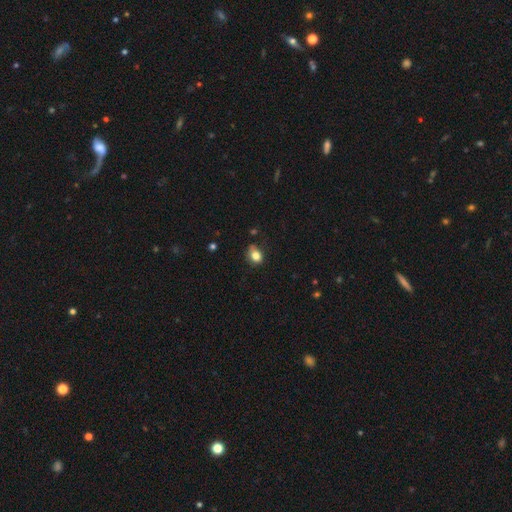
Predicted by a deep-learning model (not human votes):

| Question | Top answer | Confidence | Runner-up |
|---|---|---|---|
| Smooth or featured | smooth | 81% | star or artifact (10%) |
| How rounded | in between | 54% | round (45%) |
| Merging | none | 61% | minor disturbance (29%) |